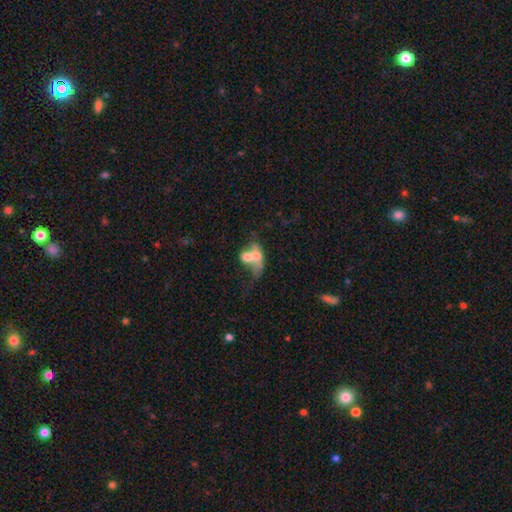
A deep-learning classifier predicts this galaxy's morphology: A smooth galaxy with no disk features (48%).

Vote fractions:
- Smooth or featured? smooth: 48% / featured or disk: 41% / star or artifact: 11%
- Merging? merger: 67% / major disturbance: 15% / none: 12% / minor disturbance: 7%